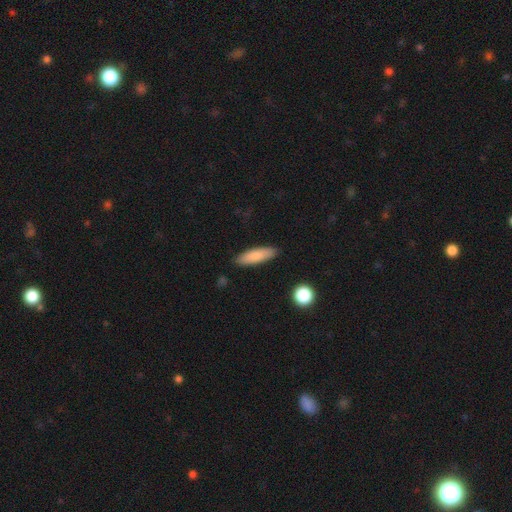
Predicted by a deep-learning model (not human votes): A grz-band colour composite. It shows a smooth galaxy with no disk features (84%) that is cigar-shaped (55%). Merging: none (87%).